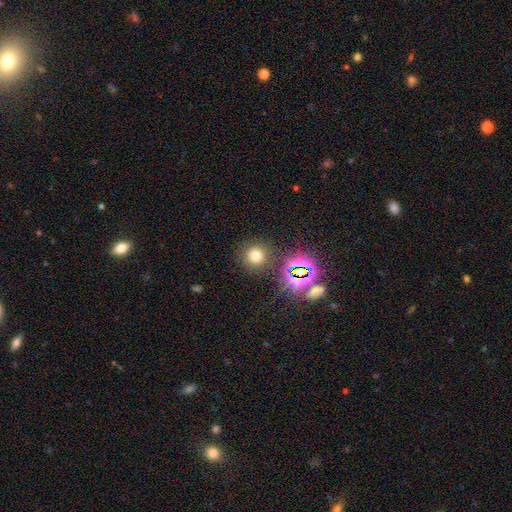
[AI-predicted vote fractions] Q: Smooth or featured?
A: smooth (67%); runner-up: star or artifact (25%)
Q: How rounded?
A: round (92%); runner-up: in between (7%)
Q: Merging?
A: none (84%); runner-up: minor disturbance (8%)